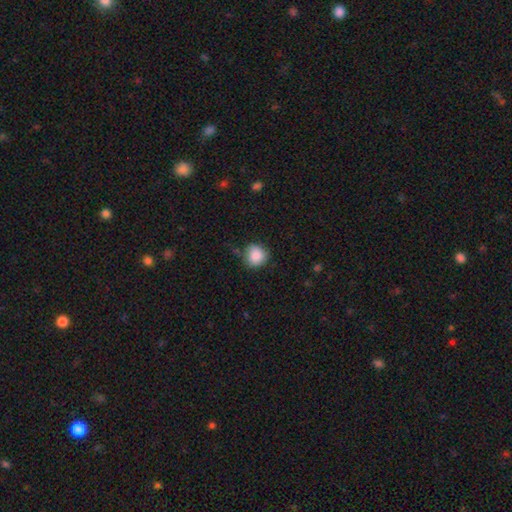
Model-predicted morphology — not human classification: The model was most divided on "merging": none: 75%, minor disturbance: 18%, major disturbance: 4%, merger: 3%. More confident: how rounded — round (88%); smooth or featured — smooth (85%).